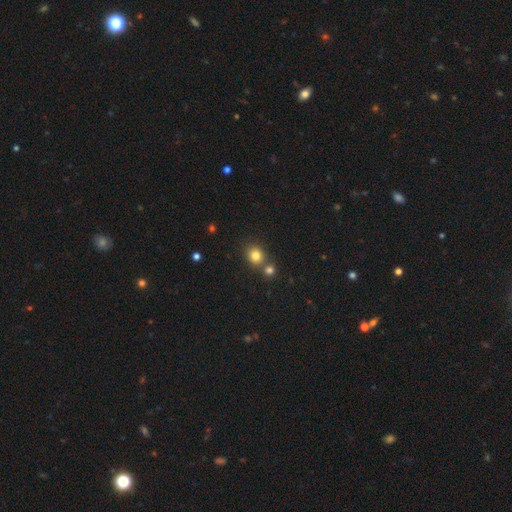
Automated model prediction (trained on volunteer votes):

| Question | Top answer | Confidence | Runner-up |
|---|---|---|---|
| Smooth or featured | smooth | 81% | star or artifact (13%) |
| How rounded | round | 79% | in between (20%) |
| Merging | none | 63% | merger (26%) |